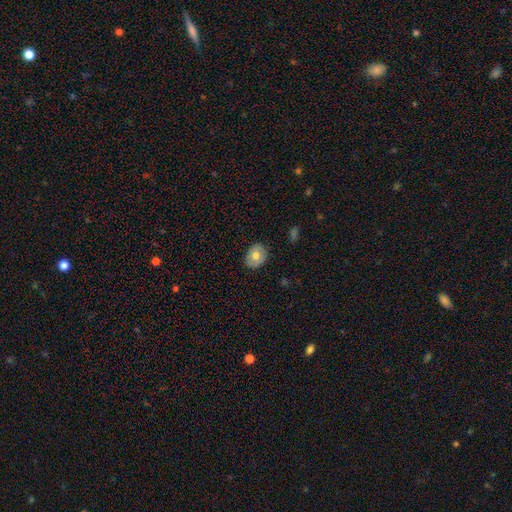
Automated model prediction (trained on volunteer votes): A smooth galaxy with no disk features (66%) that is in between round and cigar-shaped (51%). Merging: none (85%).